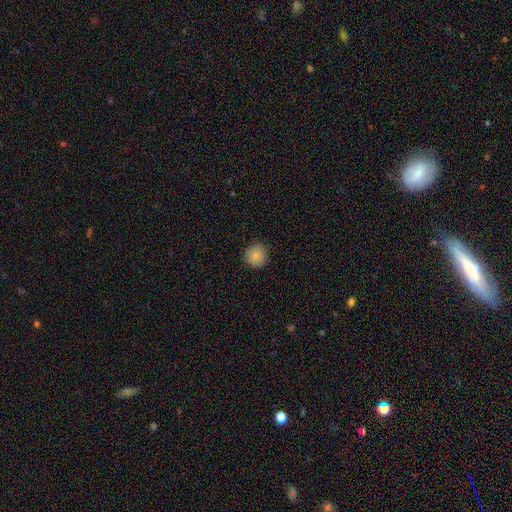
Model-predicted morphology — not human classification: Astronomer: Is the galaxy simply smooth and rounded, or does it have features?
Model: smooth — 87%.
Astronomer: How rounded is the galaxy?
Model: round — 93%.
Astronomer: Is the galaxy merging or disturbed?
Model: none — 89%.